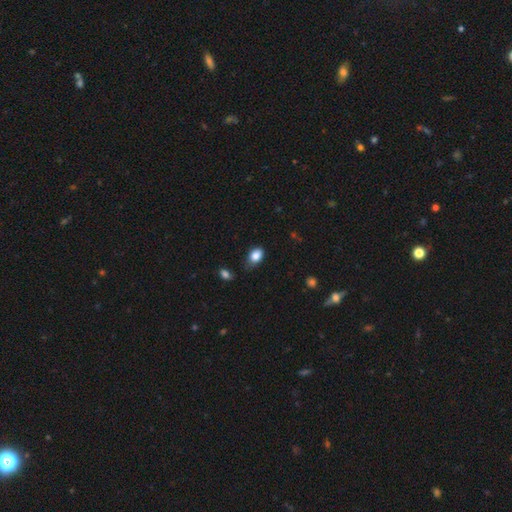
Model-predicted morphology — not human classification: Smooth or featured? Predicted: smooth (p=0.84). How rounded? Predicted: in between (p=0.83). Merging? Predicted: none (p=0.61).